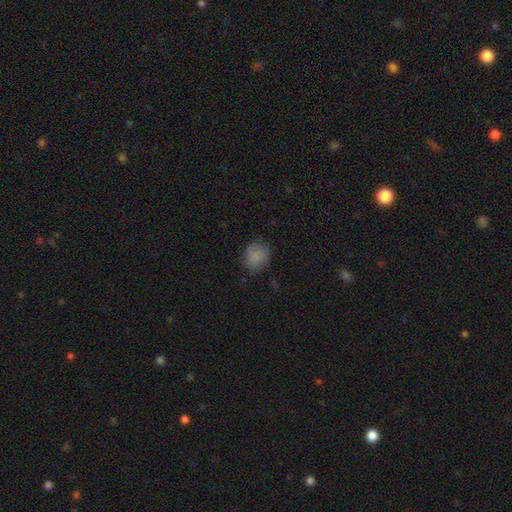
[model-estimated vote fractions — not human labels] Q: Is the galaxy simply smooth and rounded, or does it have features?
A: smooth — 81%.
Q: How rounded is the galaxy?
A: round — 72%.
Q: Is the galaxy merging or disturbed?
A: none — 73%.